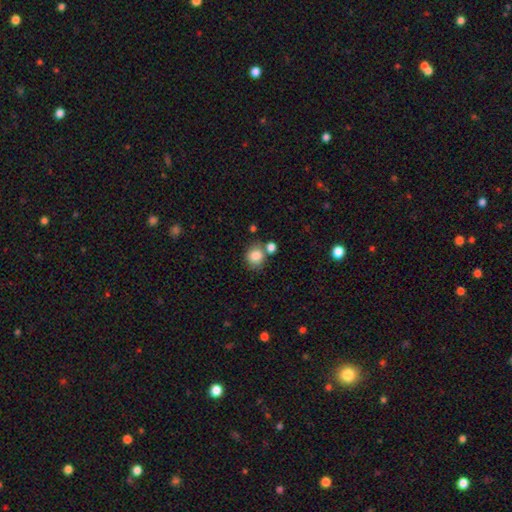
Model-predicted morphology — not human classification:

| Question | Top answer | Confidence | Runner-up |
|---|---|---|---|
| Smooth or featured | smooth | 84% | star or artifact (9%) |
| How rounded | round | 78% | in between (21%) |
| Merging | none | 62% | merger (21%) |